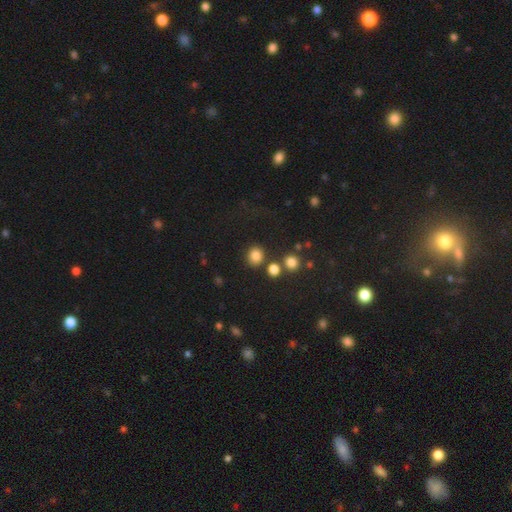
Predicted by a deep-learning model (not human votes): Smooth or featured? Predicted: smooth (p=0.81). How rounded? Predicted: round (p=0.76). Merging? Predicted: none (p=0.78).